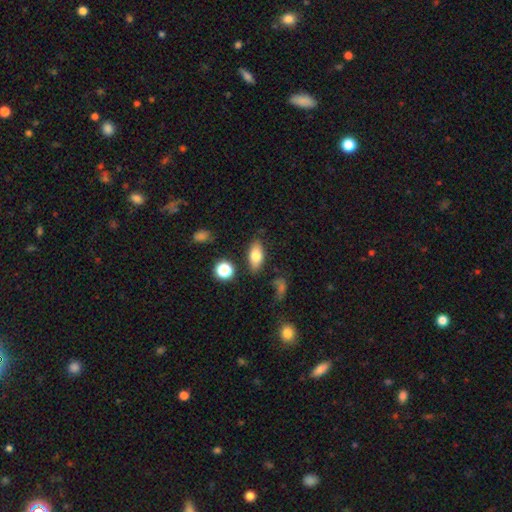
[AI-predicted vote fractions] smooth-or-featured: smooth: 75% | featured or disk: 16% | star or artifact: 9%
  how-rounded: in between: 85% | cigar-shaped: 8% | round: 7%
  merging: none: 81% | minor disturbance: 12% | major disturbance: 4% | merger: 3%